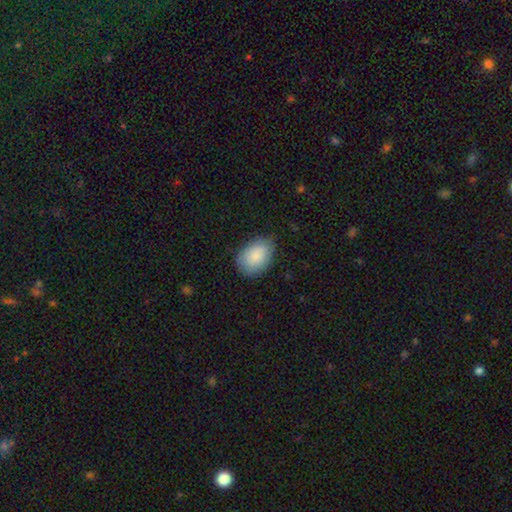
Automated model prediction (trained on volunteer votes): Smooth or featured? smooth (88%)
How rounded? in between (85%)
Merging? none (77%)